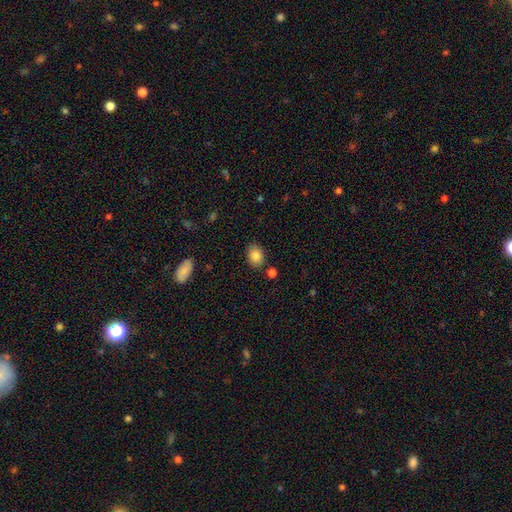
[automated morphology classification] Smooth or featured?
  - smooth: 85% *
  - star or artifact: 9%
  - featured or disk: 7%
How rounded?
  - in between: 63% *
  - round: 36%
  - cigar-shaped: 1%
Merging?
  - none: 81% *
  - minor disturbance: 12%
  - merger: 4%
  - major disturbance: 3%